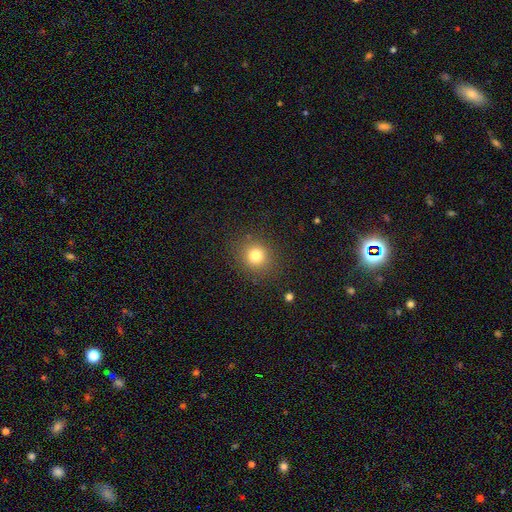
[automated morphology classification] type=smooth (79%); roundness=round (86%); merging=none (87%).